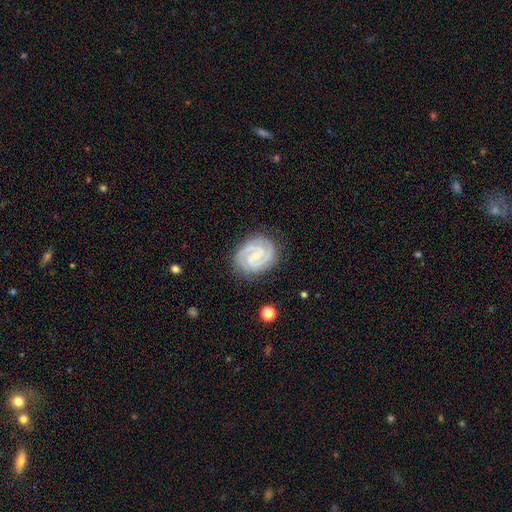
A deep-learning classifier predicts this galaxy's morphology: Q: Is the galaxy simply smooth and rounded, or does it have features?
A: featured or disk — 89%.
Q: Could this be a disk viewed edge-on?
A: no — 98%.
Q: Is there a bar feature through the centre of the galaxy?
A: weak — 46%.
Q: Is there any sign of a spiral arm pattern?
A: yes — 98%.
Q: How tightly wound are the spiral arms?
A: tight — 70%.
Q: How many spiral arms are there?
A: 2 — 77%.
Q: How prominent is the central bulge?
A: small — 68%.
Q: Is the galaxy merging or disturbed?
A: none — 82%.